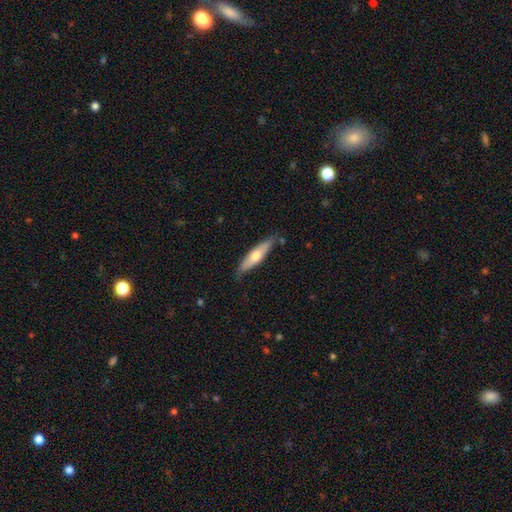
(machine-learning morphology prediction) A smooth galaxy with no disk features (54%) that is cigar-shaped (73%). Merging: none (77%).